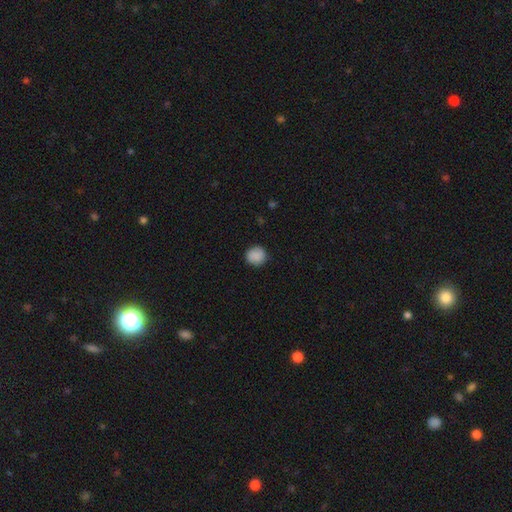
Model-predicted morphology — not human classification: smooth 89%, star or artifact 8%, featured or disk 3%. Down the decision tree: how rounded — round (90%); merging — none (88%).